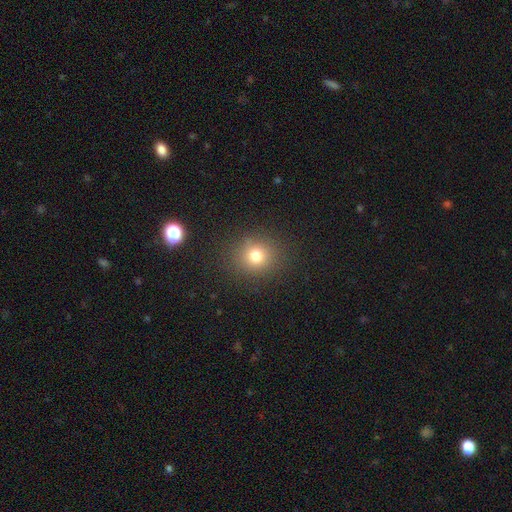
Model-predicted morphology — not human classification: This appears to be a smooth galaxy with no disk features (75%) that is round (81%). Merging: none (87%).